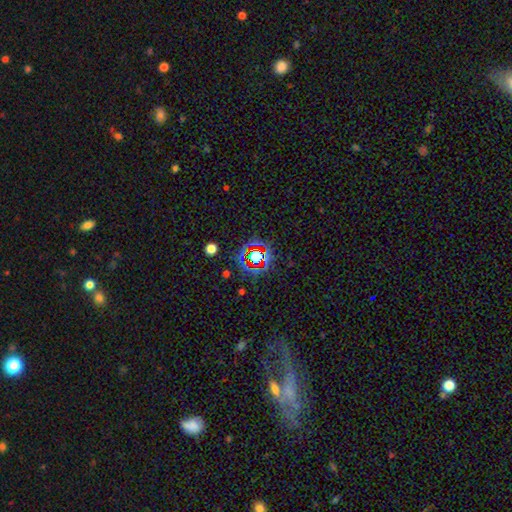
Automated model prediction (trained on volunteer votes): Smooth or featured: star or artifact — 69% (smooth — 19%)